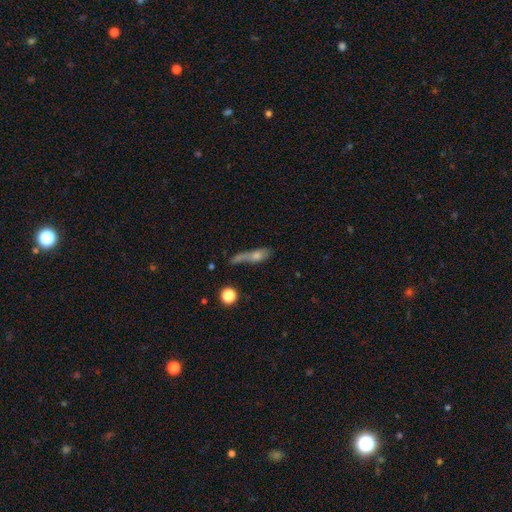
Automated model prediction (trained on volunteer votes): smooth-or-featured: smooth: 49% | featured or disk: 36% | star or artifact: 15%
  merging: none: 35% | major disturbance: 27% | minor disturbance: 22% | merger: 16%